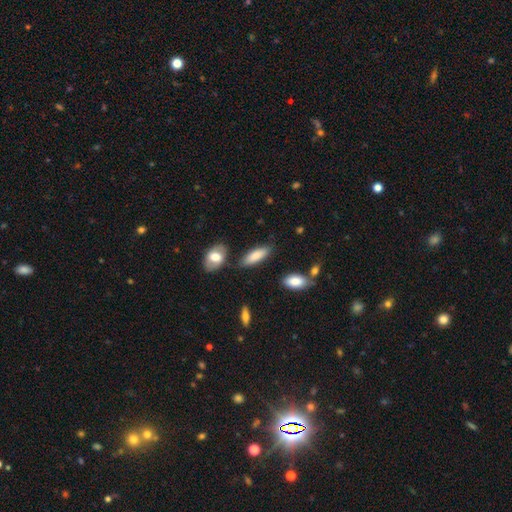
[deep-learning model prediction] This is clearly a smooth galaxy (82%). How rounded: possibly in between (59%). Merging: clearly none (80%).